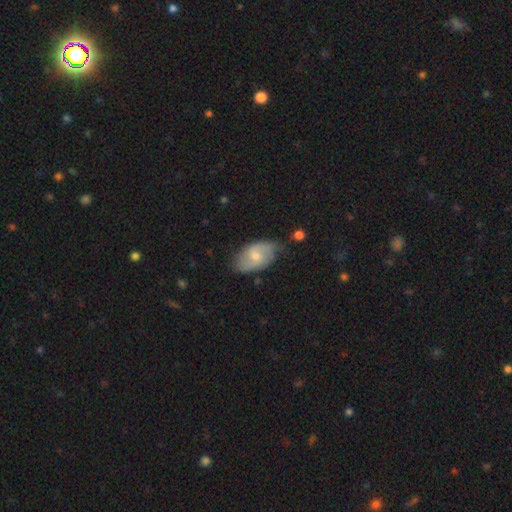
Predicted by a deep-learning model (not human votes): A featured or disk galaxy (52%). Merging: none (64%).